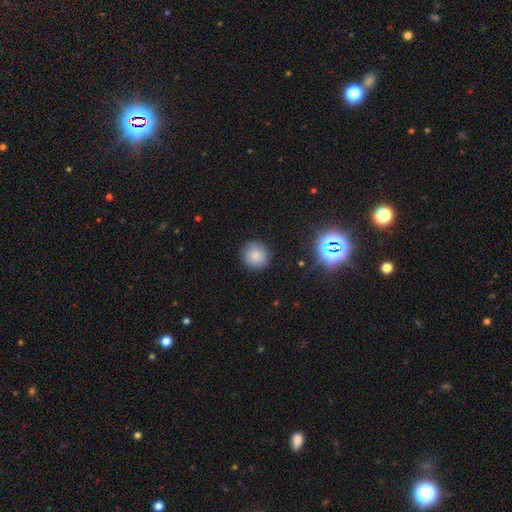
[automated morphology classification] smooth_or_featured: smooth (p=0.81) [alt: star or artifact p=0.12]
how_rounded: round (p=0.91) [alt: in between p=0.08]
merging: none (p=0.88) [alt: minor disturbance p=0.08]